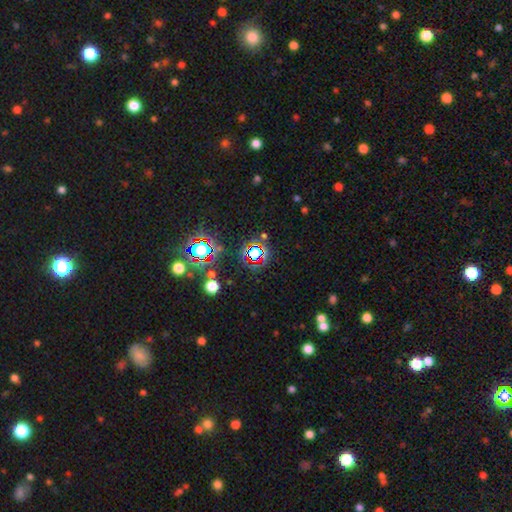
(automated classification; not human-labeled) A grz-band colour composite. It shows a star or artifact, not a galaxy (70%).